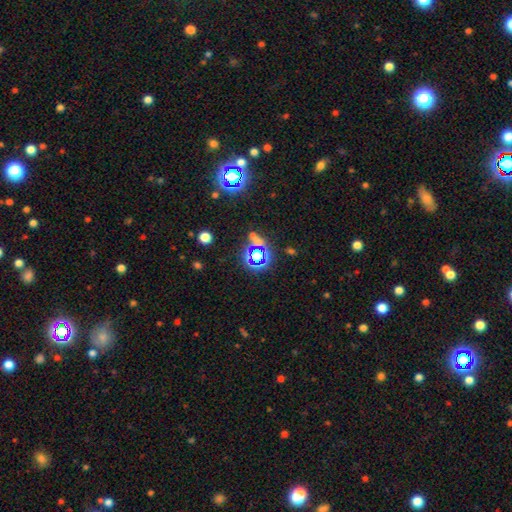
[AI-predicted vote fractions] smooth-or-featured: star or artifact: 66% | smooth: 24% | featured or disk: 10%